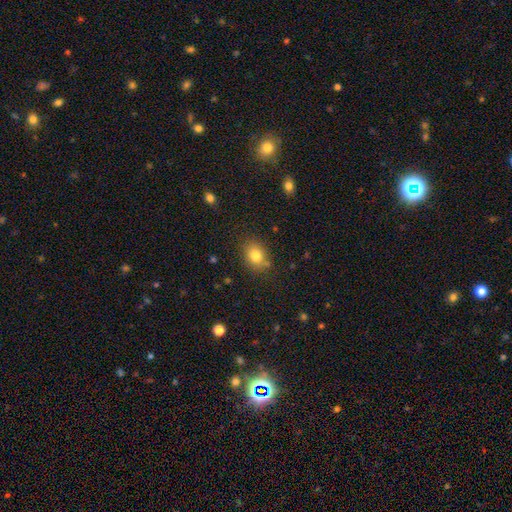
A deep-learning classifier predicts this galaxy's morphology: The model was most divided on "how rounded": in between: 51%, round: 48%, cigar-shaped: 1%. More confident: smooth or featured — smooth (80%); merging — none (80%).